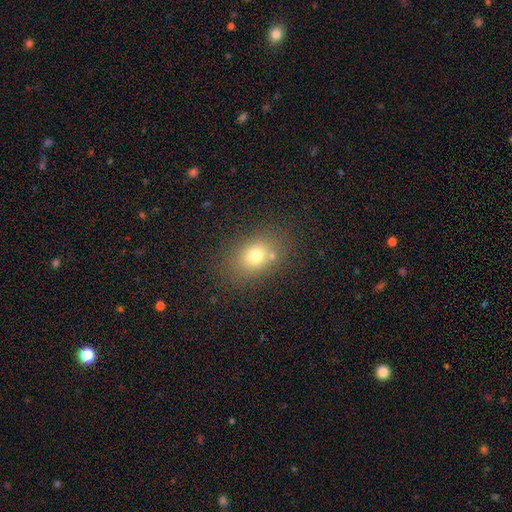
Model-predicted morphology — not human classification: This appears to be a smooth galaxy with no disk features (73%) that is in between round and cigar-shaped (65%). Merging: none (75%).